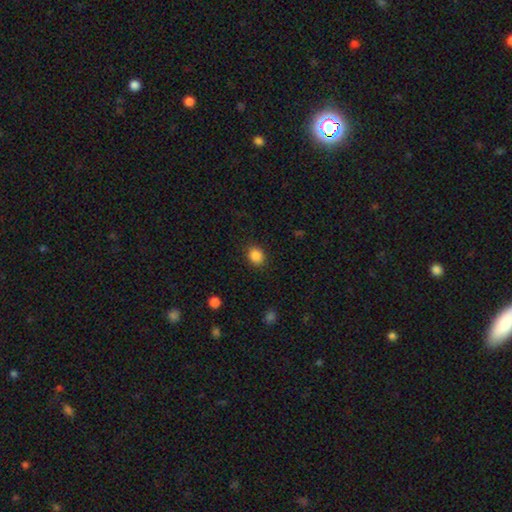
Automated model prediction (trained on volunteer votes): Smooth or featured: smooth — 86% (star or artifact — 10%)
How rounded: round — 63% (in between — 36%)
Merging: none — 88% (minor disturbance — 8%)